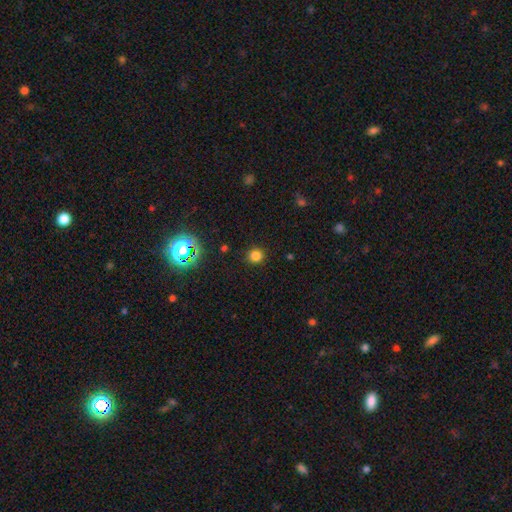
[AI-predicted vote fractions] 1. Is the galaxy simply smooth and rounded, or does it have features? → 78% smooth, 18% star or artifact, 4% featured or disk.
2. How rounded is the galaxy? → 91% round, 8% in between, 1% cigar-shaped.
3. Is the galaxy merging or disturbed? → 90% none, 6% minor disturbance, 2% major disturbance, 1% merger.